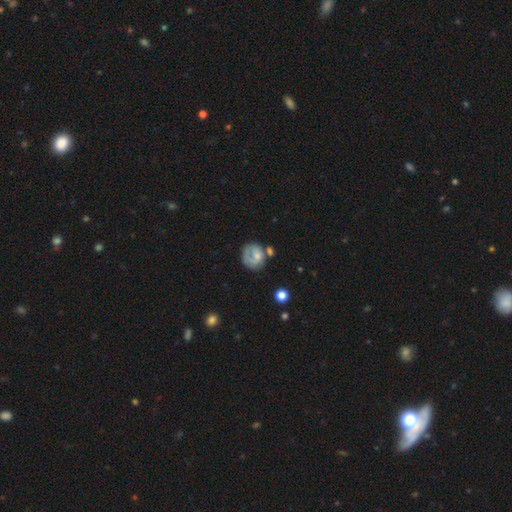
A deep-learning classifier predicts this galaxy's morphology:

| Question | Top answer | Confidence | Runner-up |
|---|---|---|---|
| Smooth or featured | smooth | 53% | featured or disk (39%) |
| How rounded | round | 72% | in between (27%) |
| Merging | none | 49% | minor disturbance (24%) |